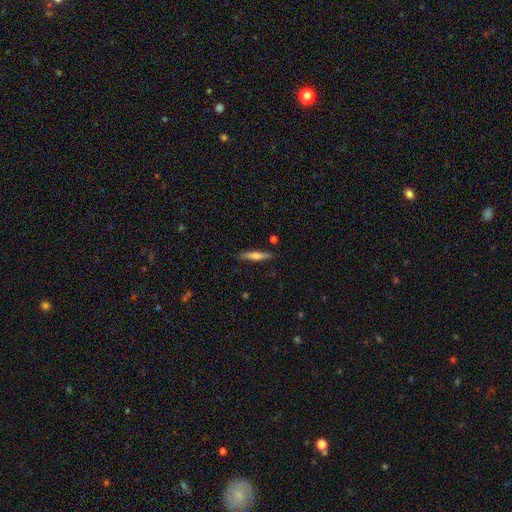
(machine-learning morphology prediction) Smooth or featured?
  - smooth: 52% *
  - featured or disk: 42%
  - star or artifact: 6%
How rounded?
  - cigar-shaped: 89% *
  - in between: 9%
  - round: 2%
Merging?
  - none: 87% *
  - minor disturbance: 9%
  - major disturbance: 2%
  - merger: 2%